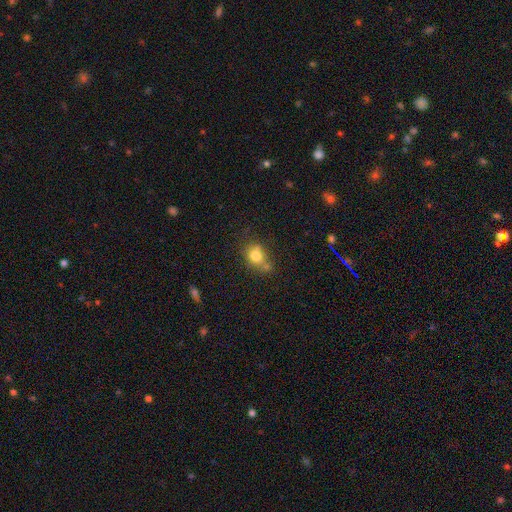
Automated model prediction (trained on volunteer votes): Morphology: type=smooth (78%); roundness=round (64%); merging=none (52%).